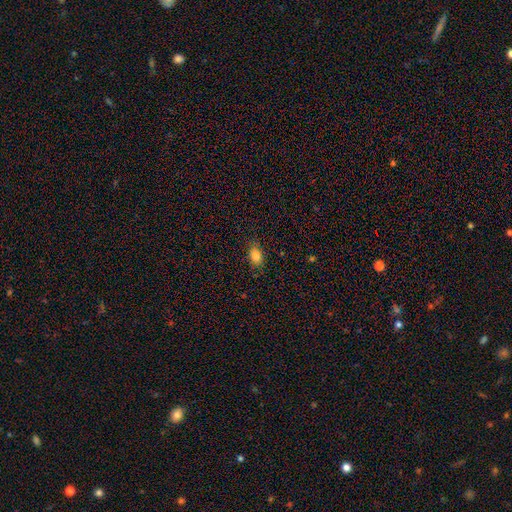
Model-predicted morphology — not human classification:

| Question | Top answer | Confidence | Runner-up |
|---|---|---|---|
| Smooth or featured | smooth | 83% | star or artifact (10%) |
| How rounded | in between | 83% | round (14%) |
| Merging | none | 84% | minor disturbance (12%) |